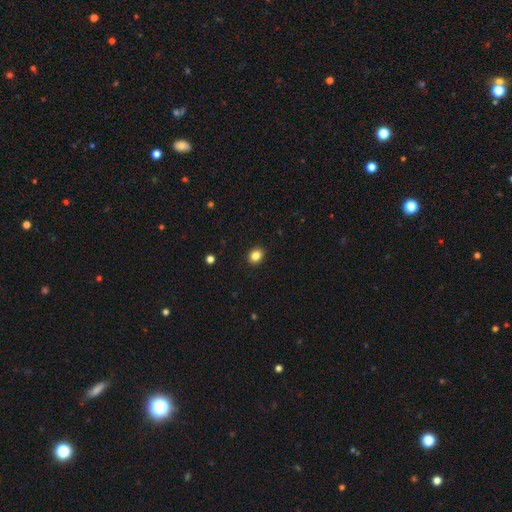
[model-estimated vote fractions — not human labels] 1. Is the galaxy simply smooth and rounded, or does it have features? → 85% smooth, 10% star or artifact, 5% featured or disk.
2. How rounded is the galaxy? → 51% round, 48% in between, 1% cigar-shaped.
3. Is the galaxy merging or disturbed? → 91% none, 6% minor disturbance, 2% major disturbance, 1% merger.